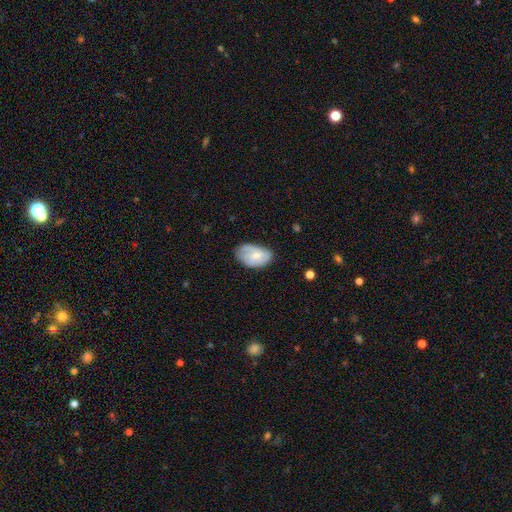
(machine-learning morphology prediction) This appears to be a smooth galaxy with no disk features (56%) that is in between round and cigar-shaped (90%). Merging: none (59%).